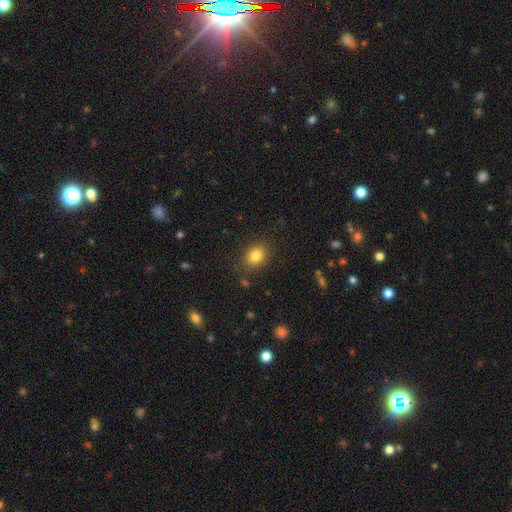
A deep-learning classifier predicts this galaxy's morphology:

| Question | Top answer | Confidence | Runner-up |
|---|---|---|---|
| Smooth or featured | smooth | 82% | star or artifact (11%) |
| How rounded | in between | 53% | round (46%) |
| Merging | none | 85% | minor disturbance (10%) |